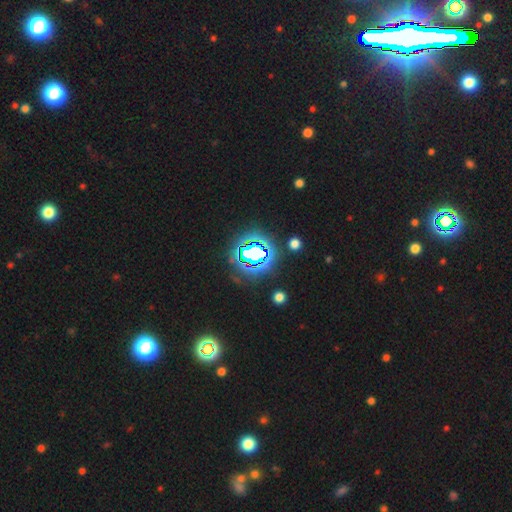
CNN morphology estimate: The model was most divided on "smooth or featured": star or artifact: 78%, smooth: 13%, featured or disk: 9%.